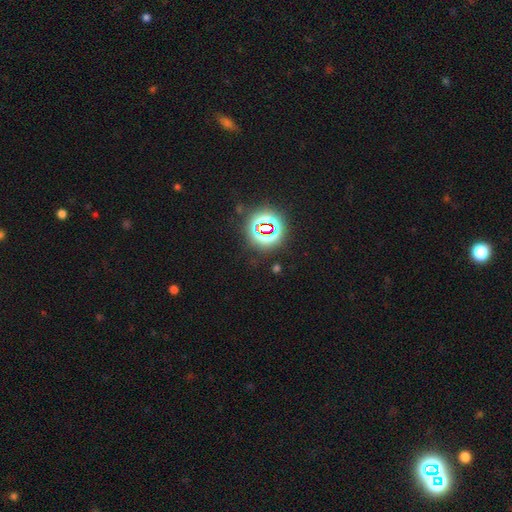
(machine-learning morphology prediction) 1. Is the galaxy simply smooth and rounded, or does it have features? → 80% star or artifact, 13% smooth, 7% featured or disk.